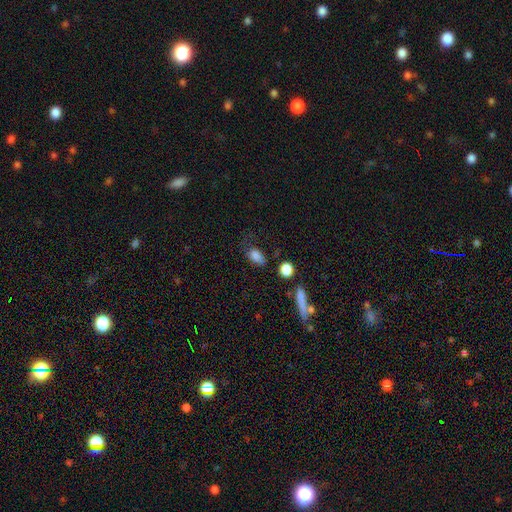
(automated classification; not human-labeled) Smooth or featured? Predicted: smooth (p=0.82). How rounded? Predicted: in between (p=0.82). Merging? Predicted: none (p=0.48).